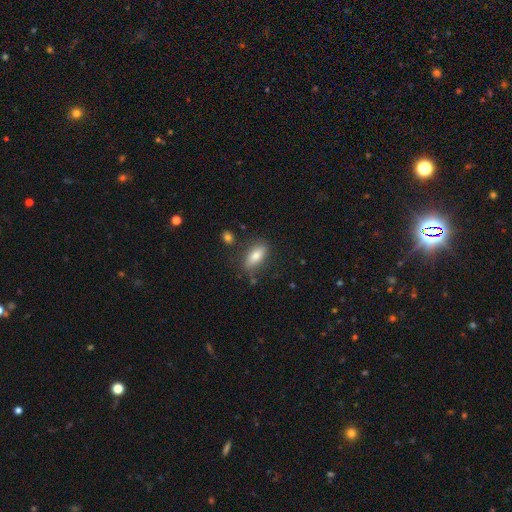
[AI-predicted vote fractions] Morphology: type=smooth (80%); roundness=in between (81%); merging=none (76%).